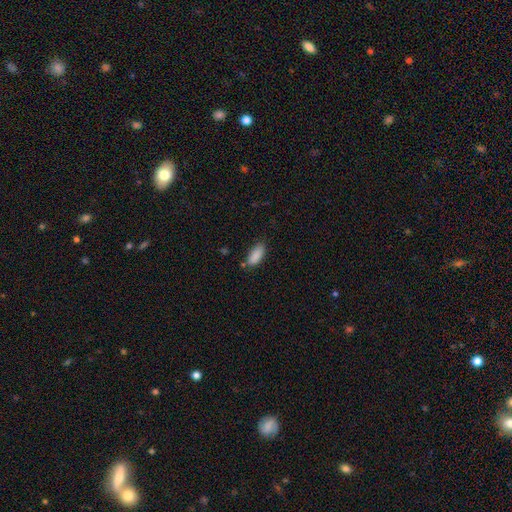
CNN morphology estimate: Overall: smooth (88%). How rounded: in between (84%). Merging: none (72%).